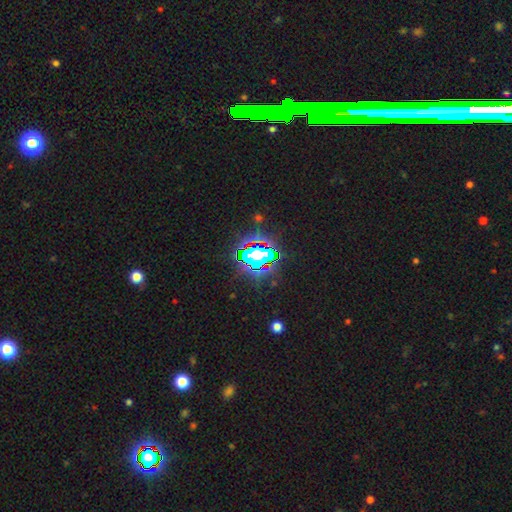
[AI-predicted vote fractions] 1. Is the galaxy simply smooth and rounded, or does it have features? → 66% star or artifact, 21% smooth, 14% featured or disk.